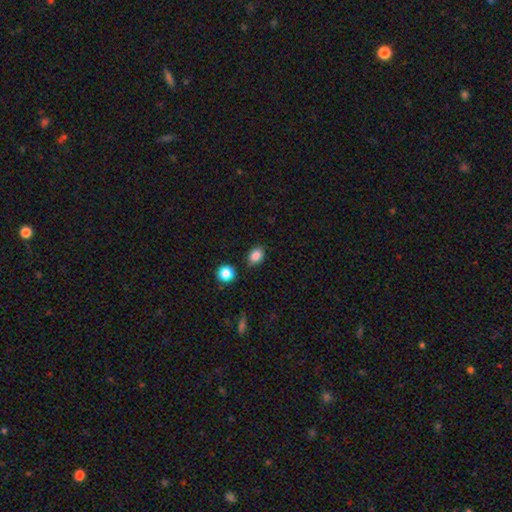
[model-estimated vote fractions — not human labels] This is clearly a smooth galaxy (85%). How rounded: likely in between (70%). Merging: clearly none (80%).